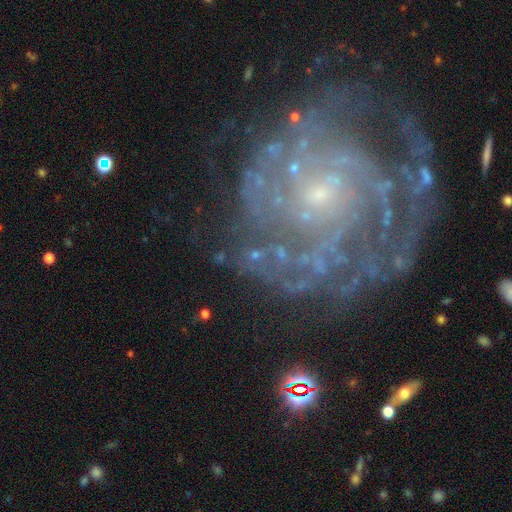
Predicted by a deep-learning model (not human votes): Smooth or featured? featured or disk (63%)
Edge-on disk? no (96%)
Bar? no (71%)
Spiral arms? yes (76%)
Bulge size? small (62%)
Merging? none (64%)